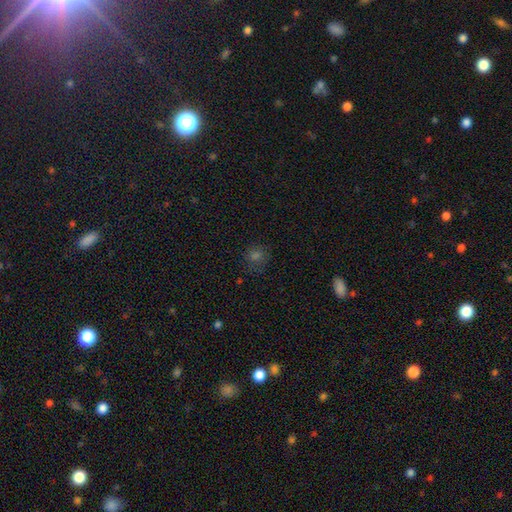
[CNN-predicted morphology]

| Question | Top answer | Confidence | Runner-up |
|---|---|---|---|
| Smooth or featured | smooth | 65% | star or artifact (26%) |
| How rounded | round | 85% | in between (14%) |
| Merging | none | 80% | minor disturbance (13%) |